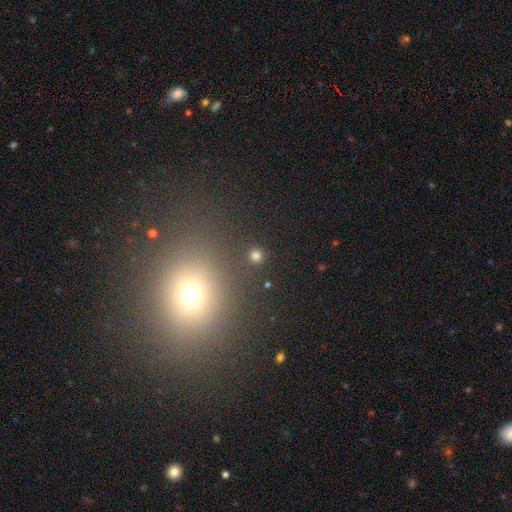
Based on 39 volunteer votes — Smooth or featured? smooth (90%)
How rounded? round (91%)
Merging? none (94%)